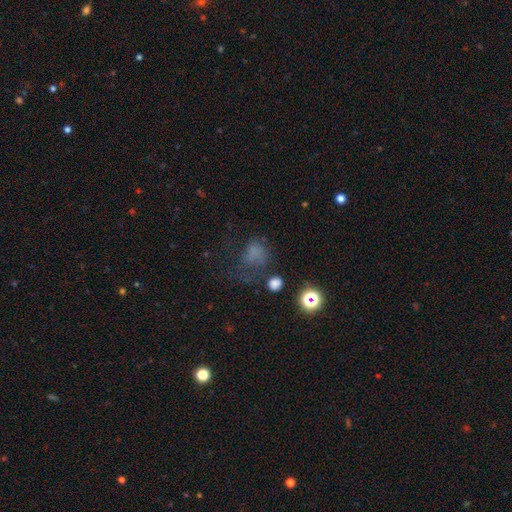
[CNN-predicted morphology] Q: Smooth or featured?
A: smooth (45%); runner-up: star or artifact (32%)
Q: Merging?
A: none (41%); runner-up: major disturbance (35%)